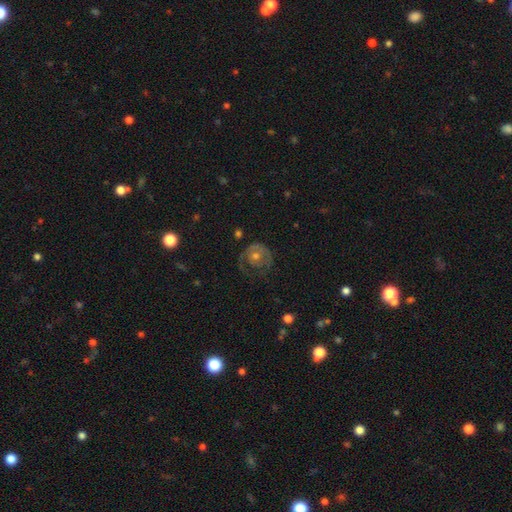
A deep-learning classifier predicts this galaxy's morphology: Overall: featured or disk (62%; smooth 28%). Edge-on disk: no (97%). Bar: no (84%). Spiral arms: yes (64%; no 36%). Bulge size: moderate (58%; small 36%). Merging: none (57%; major disturbance 22%).